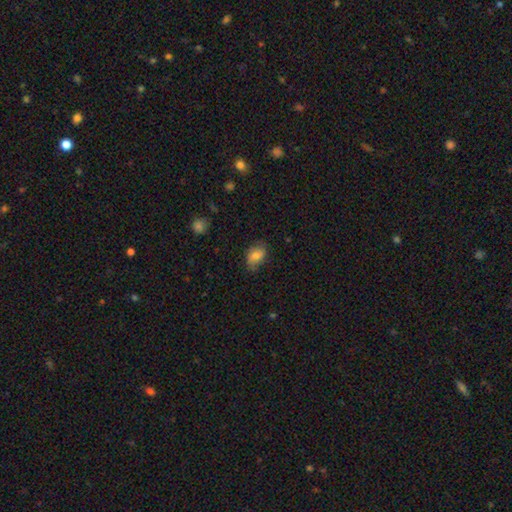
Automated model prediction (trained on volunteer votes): smooth 70%, featured or disk 22%, star or artifact 8%. Down the decision tree: how rounded — in between (80%); merging — none (67%).